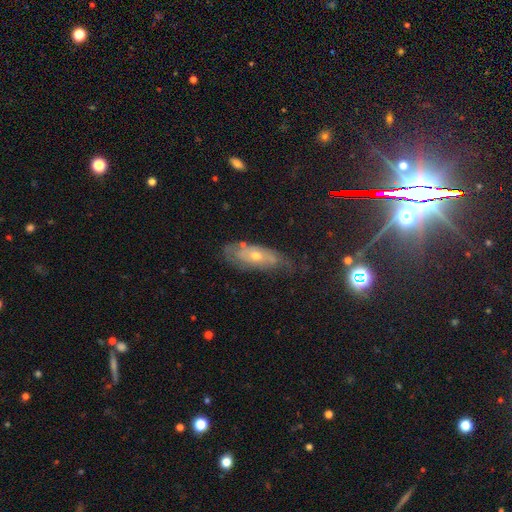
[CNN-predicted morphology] smooth-or-featured: featured or disk: 62% | smooth: 28% | star or artifact: 10%
  disk-edge-on: no: 80% | yes: 20%
  merging: none: 58% | minor disturbance: 29% | major disturbance: 10% | merger: 3%